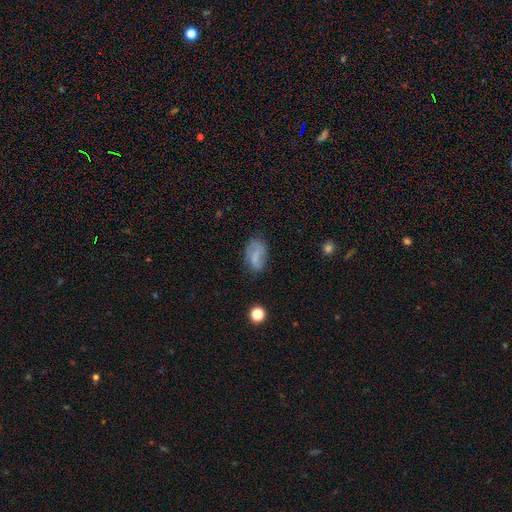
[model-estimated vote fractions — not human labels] Smooth or featured: smooth — 54% (featured or disk — 35%)
How rounded: in between — 87% (round — 10%)
Merging: none — 63% (minor disturbance — 24%)